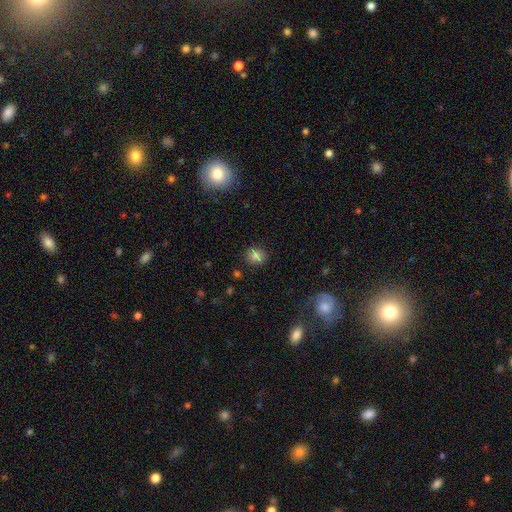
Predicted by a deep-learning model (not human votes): The model was most divided on "how rounded": round: 70%, in between: 29%, cigar-shaped: 1%. More confident: merging — none (84%); smooth or featured — smooth (81%).